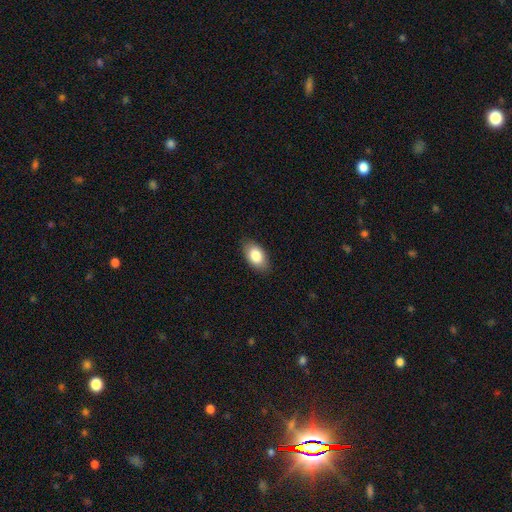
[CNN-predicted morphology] Overall: smooth (84%). How rounded: in between (93%). Merging: none (85%).